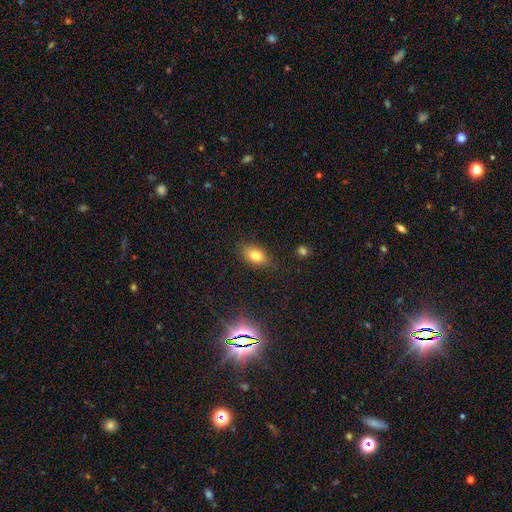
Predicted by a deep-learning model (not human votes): smooth-or-featured: smooth: 78% | star or artifact: 12% | featured or disk: 11%
  how-rounded: in between: 85% | round: 10% | cigar-shaped: 4%
  merging: none: 82% | minor disturbance: 14% | major disturbance: 3% | merger: 1%